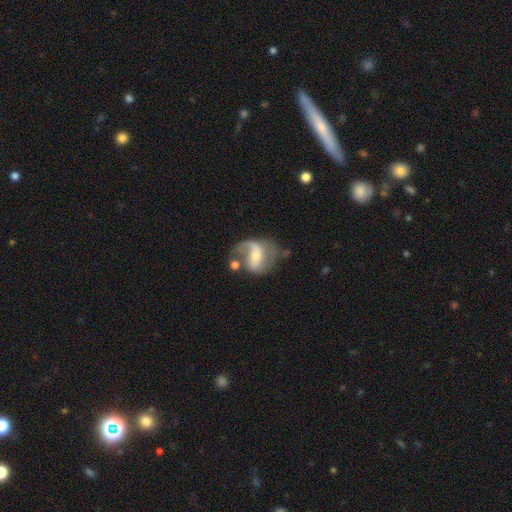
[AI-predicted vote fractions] Smooth or featured: featured or disk — 77% (smooth — 16%)
Edge-on disk: no — 97% (yes — 3%)
Bar: weak — 44% (strong — 30%)
Spiral arms: yes — 87% (no — 13%)
Spiral winding: loose — 51% (medium — 37%)
Spiral arm count: 2 — 62% (1 — 28%)
Bulge size: moderate — 48% (small — 44%)
Merging: none — 44% (major disturbance — 22%)